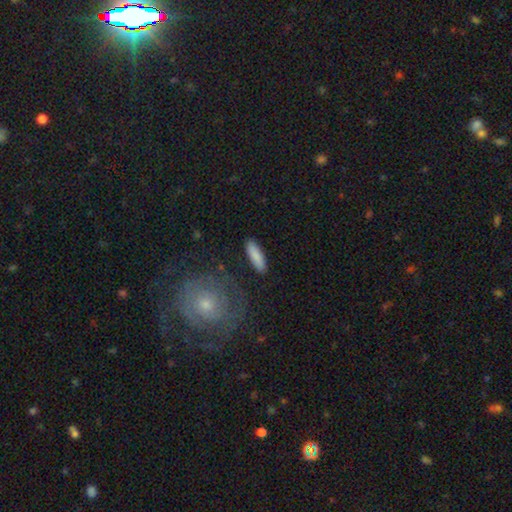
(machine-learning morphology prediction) Smooth or featured?
  - smooth: 86% *
  - featured or disk: 8%
  - star or artifact: 6%
How rounded?
  - cigar-shaped: 53% *
  - in between: 46%
  - round: 2%
Merging?
  - none: 87% *
  - minor disturbance: 9%
  - major disturbance: 2%
  - merger: 2%